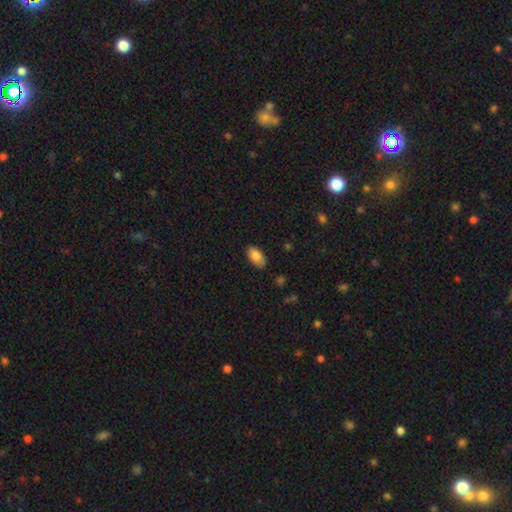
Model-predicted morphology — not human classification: type=smooth (84%); roundness=in between (93%); merging=none (84%).